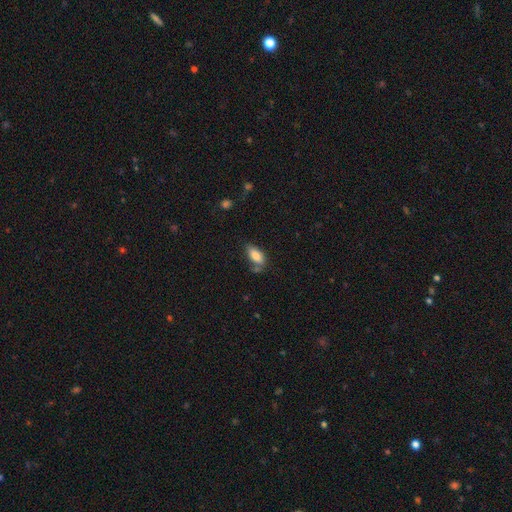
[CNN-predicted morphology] smooth_or_featured: smooth (p=0.83) [alt: featured or disk p=0.10]
how_rounded: in between (p=0.87) [alt: cigar-shaped p=0.10]
merging: none (p=0.59) [alt: minor disturbance p=0.24]